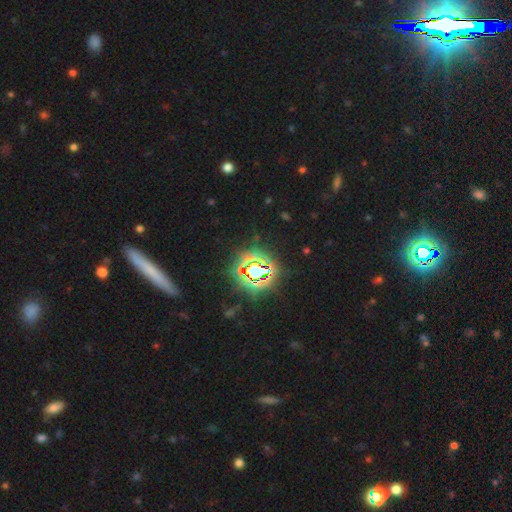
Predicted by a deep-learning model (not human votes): The model was most divided on "smooth or featured": star or artifact: 68%, smooth: 21%, featured or disk: 12%.